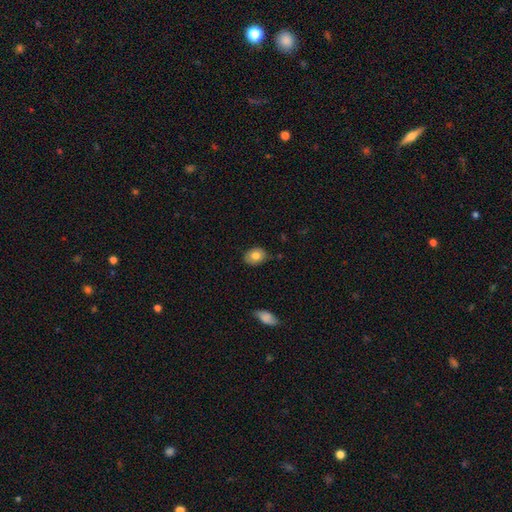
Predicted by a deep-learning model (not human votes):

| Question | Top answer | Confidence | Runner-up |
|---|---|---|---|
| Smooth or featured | smooth | 79% | featured or disk (12%) |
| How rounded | in between | 68% | round (31%) |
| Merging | none | 76% | minor disturbance (19%) |